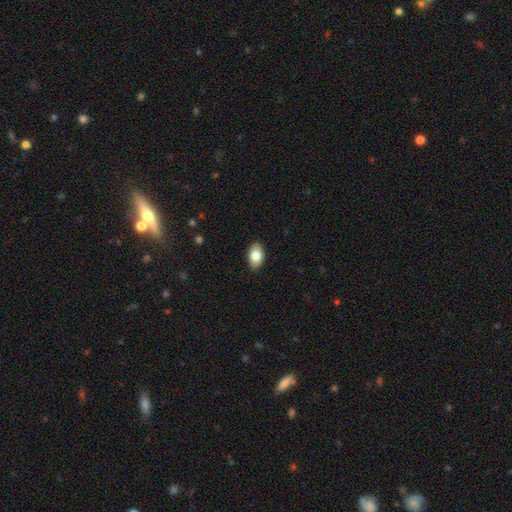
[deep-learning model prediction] Morphology: type=smooth (81%); roundness=in between (92%); merging=none (89%).